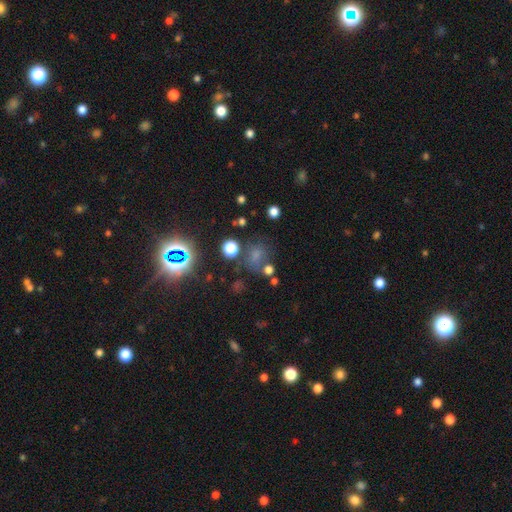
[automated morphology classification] smooth 52%, star or artifact 37%, featured or disk 11%. Down the decision tree: how rounded — round (68%); merging — none (64%).